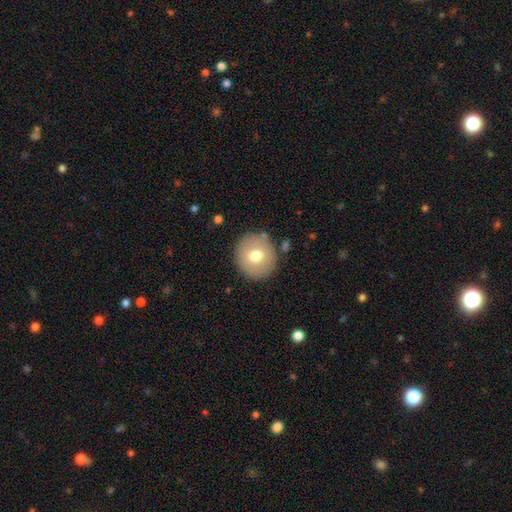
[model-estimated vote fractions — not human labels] The model was most divided on "smooth or featured": smooth: 69%, featured or disk: 22%, star or artifact: 8%. More confident: how rounded — round (91%); merging — none (86%).